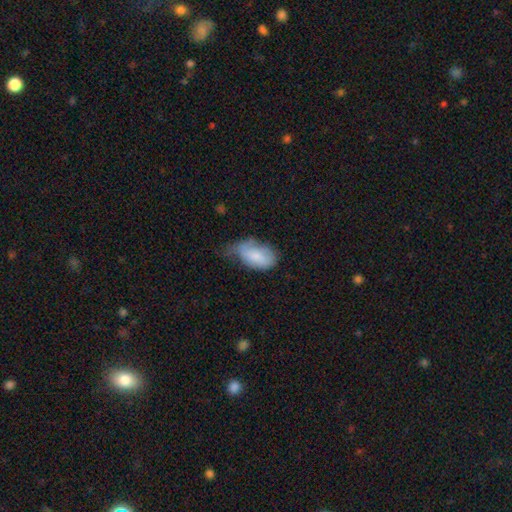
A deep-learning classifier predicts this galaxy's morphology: Overall: smooth (73%). How rounded: in between (93%). Merging: minor disturbance (46%; none 28%).